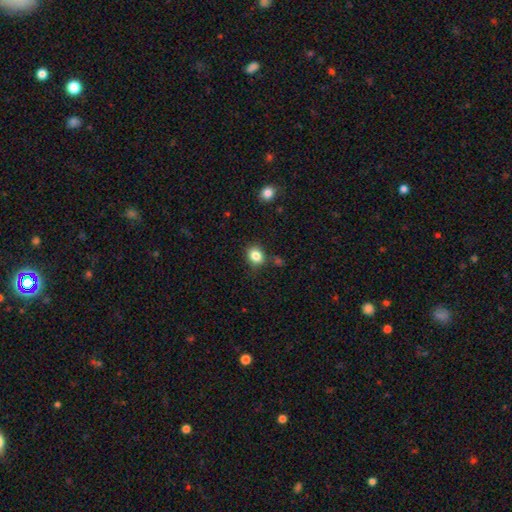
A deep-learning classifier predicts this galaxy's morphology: Q: Smooth or featured?
A: smooth (84%); runner-up: star or artifact (11%)
Q: How rounded?
A: round (66%); runner-up: in between (33%)
Q: Merging?
A: none (81%); runner-up: minor disturbance (12%)